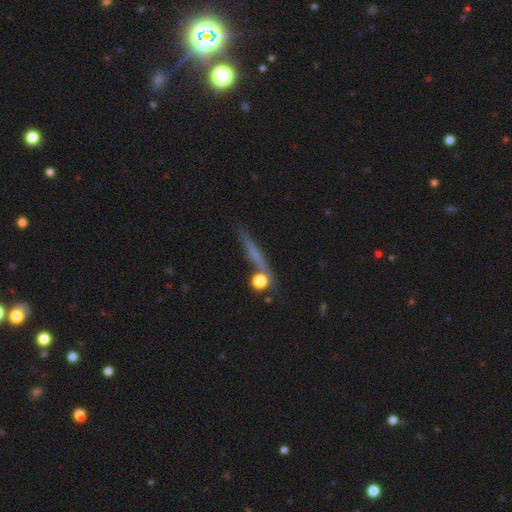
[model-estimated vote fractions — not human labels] This appears to be a smooth galaxy with no disk features (48%). Merging: none (73%).